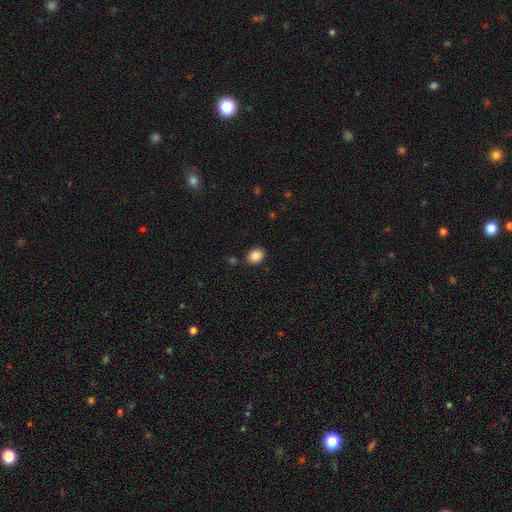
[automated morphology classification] Smooth or featured? smooth (87%)
How rounded? in between (61%)
Merging? none (86%)